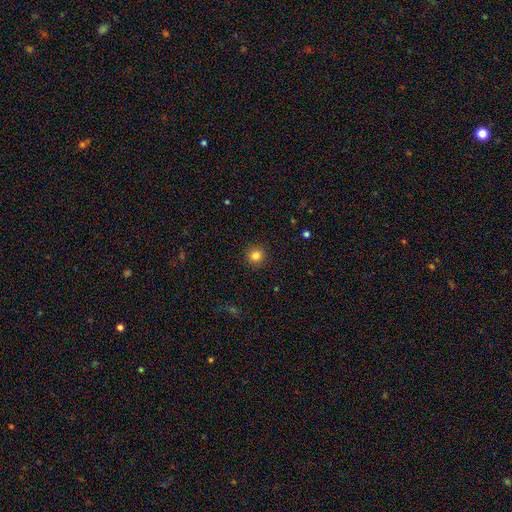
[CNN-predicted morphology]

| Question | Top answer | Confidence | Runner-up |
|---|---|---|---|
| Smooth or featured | smooth | 84% | star or artifact (12%) |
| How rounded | round | 94% | in between (5%) |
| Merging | none | 92% | minor disturbance (5%) |